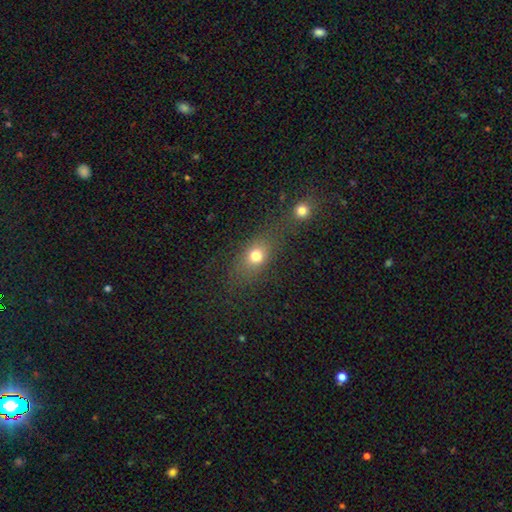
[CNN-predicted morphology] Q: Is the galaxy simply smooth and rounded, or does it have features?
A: smooth — 73%.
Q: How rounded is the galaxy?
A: in between — 51%.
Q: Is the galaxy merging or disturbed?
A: none — 62%.